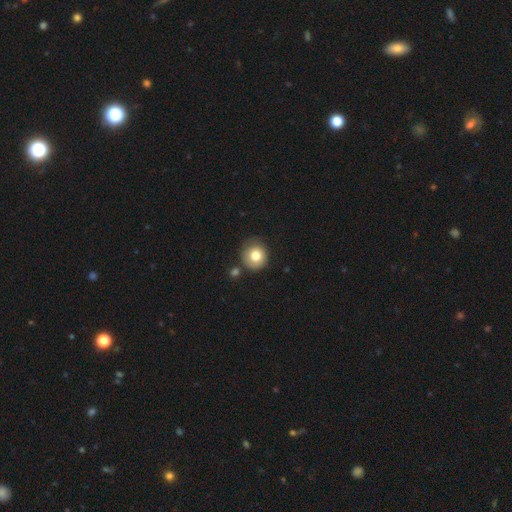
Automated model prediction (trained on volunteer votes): Smooth or featured? Predicted: smooth (p=0.79). How rounded? Predicted: round (p=0.89). Merging? Predicted: none (p=0.74).